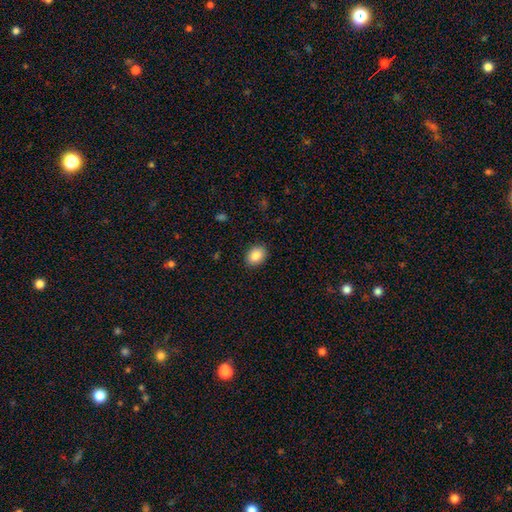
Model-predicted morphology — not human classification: Smooth or featured? Predicted: smooth (p=0.86). How rounded? Predicted: in between (p=0.65). Merging? Predicted: none (p=0.89).